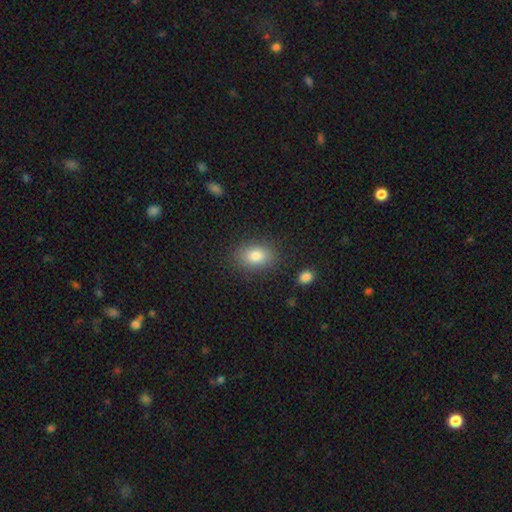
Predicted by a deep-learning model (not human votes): Q: Smooth or featured?
A: smooth (83%); runner-up: star or artifact (9%)
Q: How rounded?
A: in between (78%); runner-up: round (21%)
Q: Merging?
A: none (85%); runner-up: minor disturbance (10%)